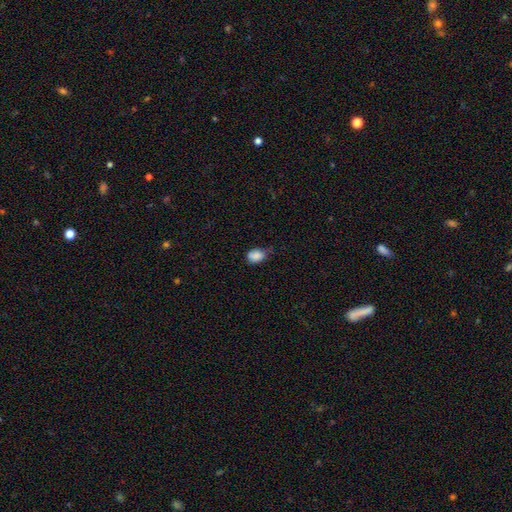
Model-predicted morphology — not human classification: Smooth or featured?
  - smooth: 86% *
  - star or artifact: 8%
  - featured or disk: 5%
How rounded?
  - in between: 71% *
  - round: 28%
  - cigar-shaped: 1%
Merging?
  - none: 49% *
  - minor disturbance: 40%
  - major disturbance: 9%
  - merger: 2%